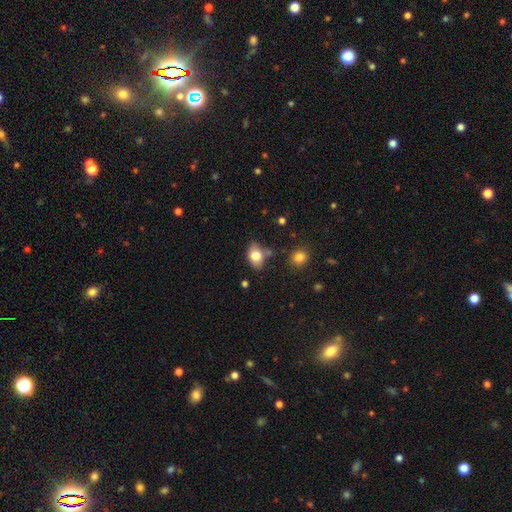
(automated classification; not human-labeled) Smooth or featured? smooth (77%)
How rounded? in between (78%)
Merging? none (66%)